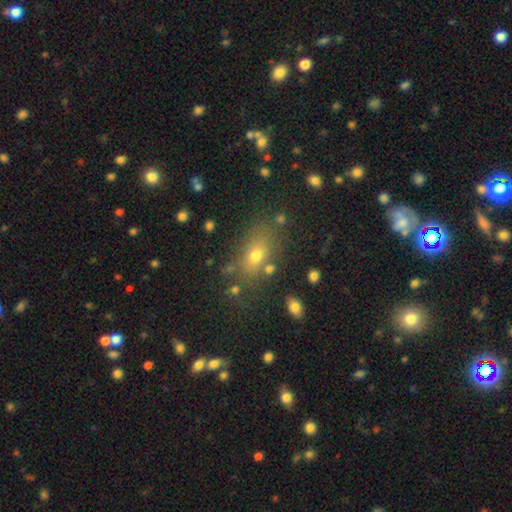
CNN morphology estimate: This is likely a smooth galaxy (69%). How rounded: likely in between (75%). Merging: likely none (73%).